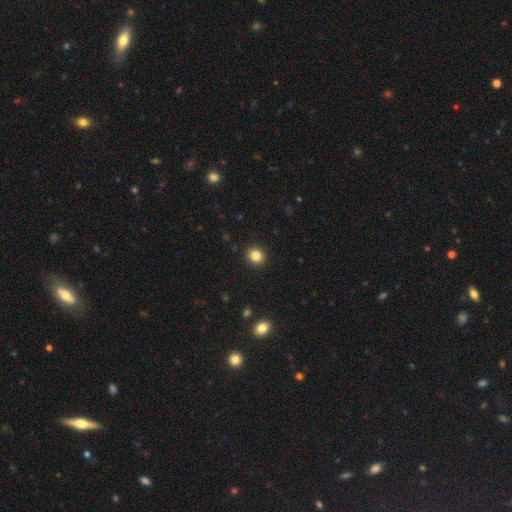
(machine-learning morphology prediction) This is clearly a smooth galaxy (84%). How rounded: clearly round (84%). Merging: clearly none (92%).